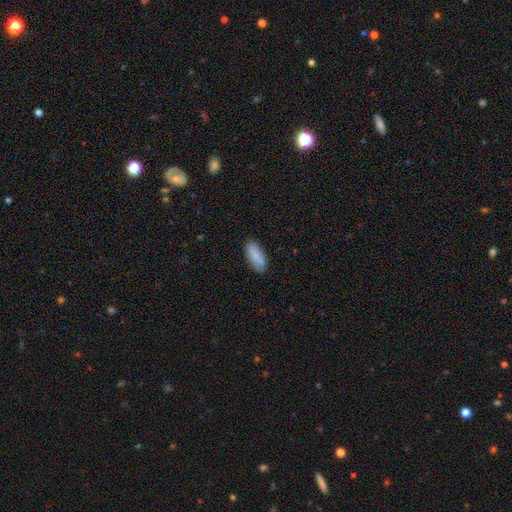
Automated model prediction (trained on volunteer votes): smooth-or-featured: smooth: 83% | featured or disk: 10% | star or artifact: 7%
  how-rounded: in between: 76% | cigar-shaped: 22% | round: 2%
  merging: none: 76% | minor disturbance: 17% | major disturbance: 4% | merger: 3%